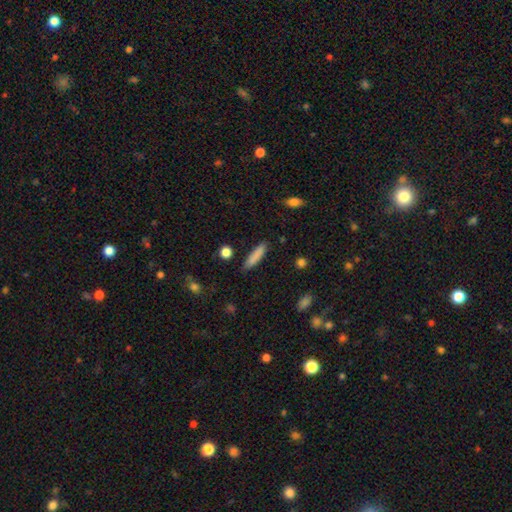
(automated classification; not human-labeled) Overall: smooth (83%). How rounded: cigar-shaped (80%). Merging: none (85%).